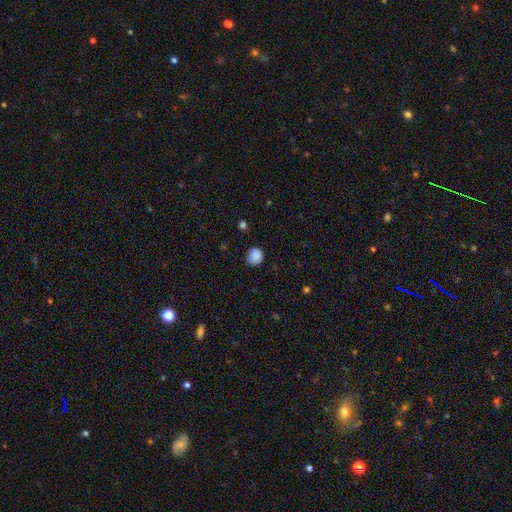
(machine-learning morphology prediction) This appears to be a smooth galaxy with no disk features (87%) that is round (80%). Merging: none (77%).